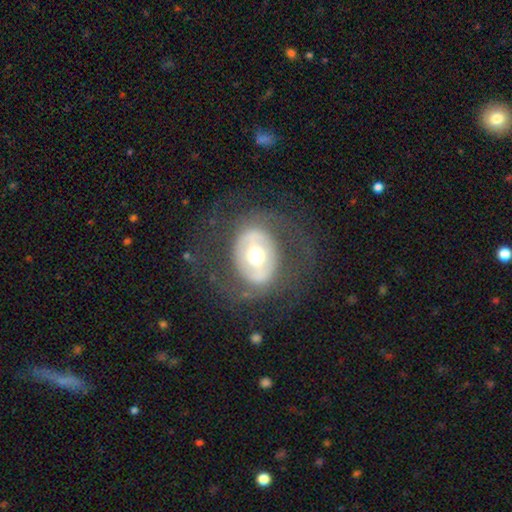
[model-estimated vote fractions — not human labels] A featured or disk galaxy (64%) with no bar (50%), no spiral arms (67%) and a moderate central bulge (70%).

Vote fractions:
- Smooth or featured? featured or disk: 64% / smooth: 29% / star or artifact: 6%
- Edge-on disk? no: 94% / yes: 6%
- Bar? no: 50% / weak: 27% / strong: 22%
- Spiral arms? no: 67% / yes: 33%
- Bulge size? moderate: 70% / large: 17% / small: 10% / dominant: 2% / none: 1%
- Merging? none: 70% / major disturbance: 15% / minor disturbance: 14% / merger: 1%